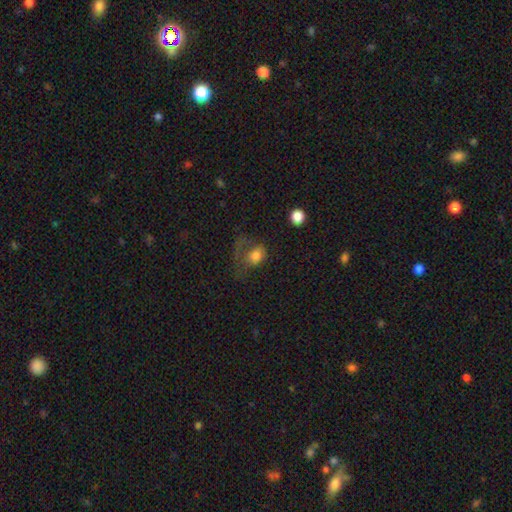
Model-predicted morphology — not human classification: Smooth or featured? smooth (72%)
How rounded? in between (54%)
Merging? major disturbance (52%)